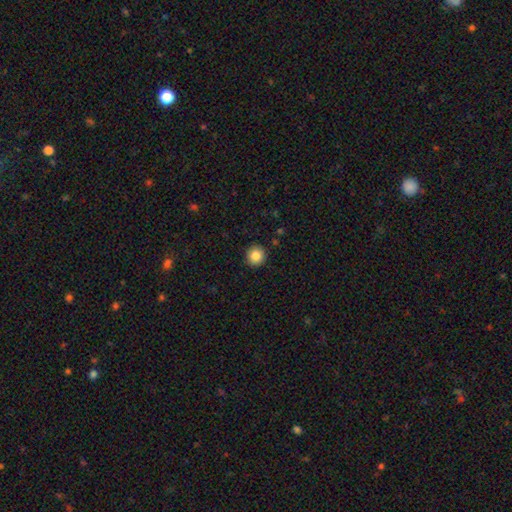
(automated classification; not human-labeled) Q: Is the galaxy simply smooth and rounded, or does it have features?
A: smooth — 84%.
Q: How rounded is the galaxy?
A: round — 93%.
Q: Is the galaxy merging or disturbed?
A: none — 92%.